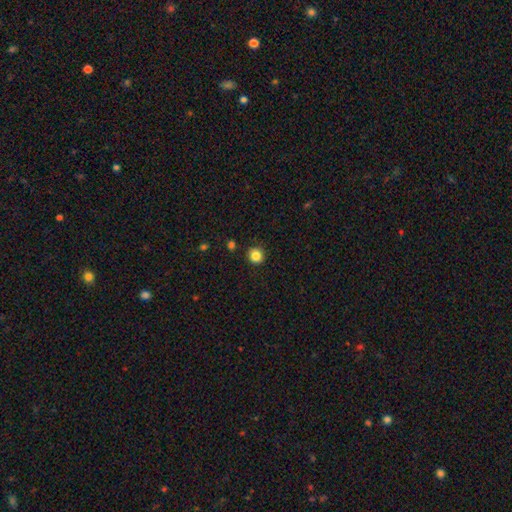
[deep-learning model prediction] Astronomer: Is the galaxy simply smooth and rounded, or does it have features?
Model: smooth — 85%.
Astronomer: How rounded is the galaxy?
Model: round — 89%.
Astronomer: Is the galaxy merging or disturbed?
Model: none — 90%.